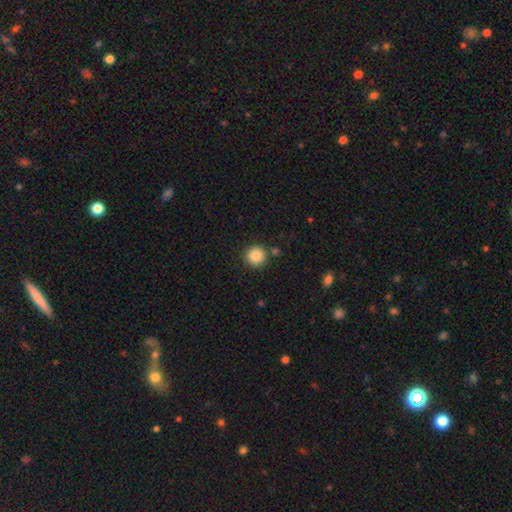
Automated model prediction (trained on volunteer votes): smooth-or-featured: smooth: 87% | star or artifact: 9% | featured or disk: 4%
  how-rounded: round: 95% | in between: 4% | cigar-shaped: 1%
  merging: none: 87% | minor disturbance: 7% | merger: 4% | major disturbance: 2%